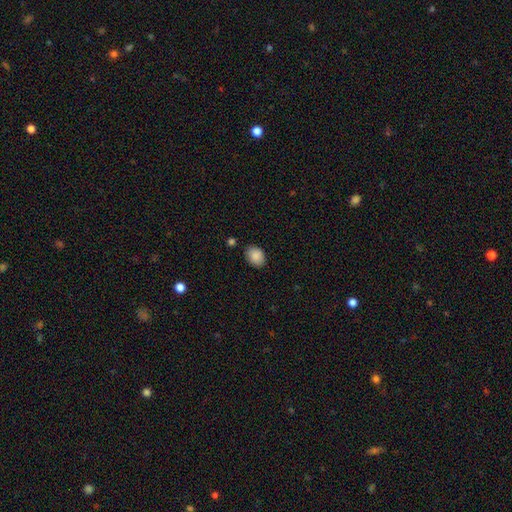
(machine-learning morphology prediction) Q: Smooth or featured?
A: smooth (89%); runner-up: star or artifact (8%)
Q: How rounded?
A: in between (69%); runner-up: round (31%)
Q: Merging?
A: none (82%); runner-up: minor disturbance (13%)